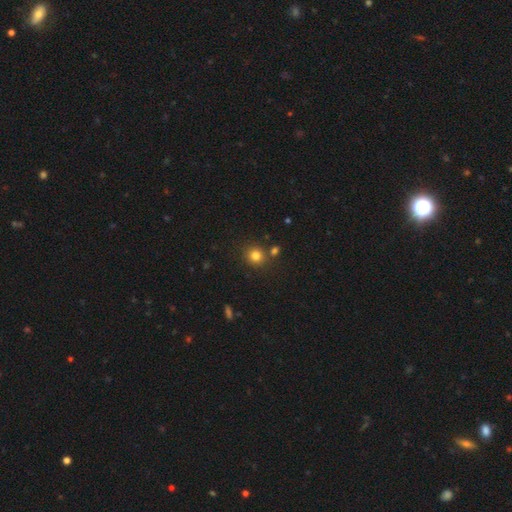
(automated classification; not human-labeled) Smooth or featured?
  - smooth: 81% *
  - star or artifact: 13%
  - featured or disk: 6%
How rounded?
  - round: 88% *
  - in between: 11%
  - cigar-shaped: 1%
Merging?
  - none: 79% *
  - merger: 10%
  - minor disturbance: 8%
  - major disturbance: 3%